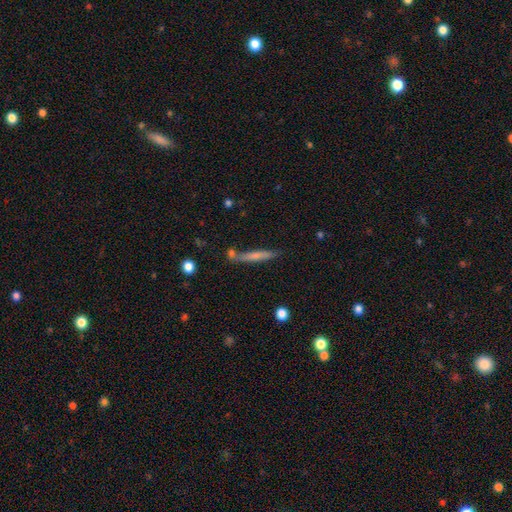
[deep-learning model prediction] Q: Smooth or featured?
A: smooth (59%); runner-up: featured or disk (34%)
Q: How rounded?
A: cigar-shaped (93%); runner-up: in between (5%)
Q: Merging?
A: none (71%); runner-up: minor disturbance (15%)